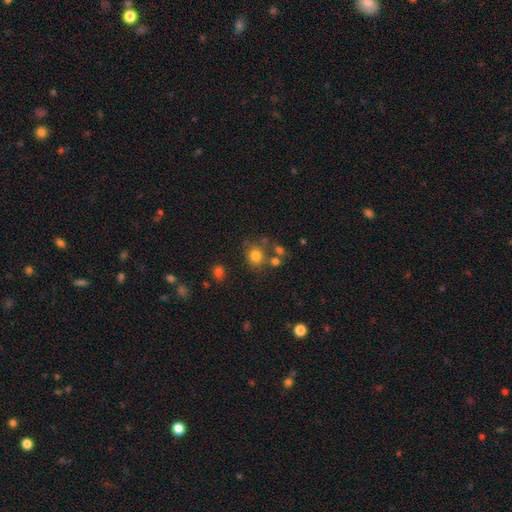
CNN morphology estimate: Smooth or featured?
  - smooth: 78% *
  - star or artifact: 14%
  - featured or disk: 9%
How rounded?
  - round: 80% *
  - in between: 19%
  - cigar-shaped: 1%
Merging?
  - none: 68% *
  - merger: 15%
  - minor disturbance: 12%
  - major disturbance: 5%